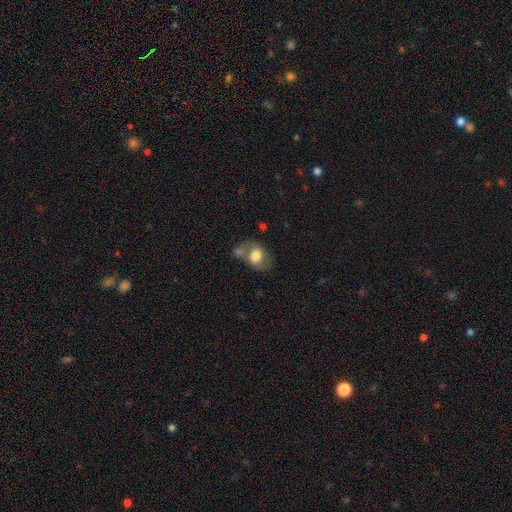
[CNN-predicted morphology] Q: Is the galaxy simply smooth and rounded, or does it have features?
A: smooth — 60%.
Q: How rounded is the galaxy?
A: in between — 63%.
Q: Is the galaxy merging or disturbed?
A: none — 39%.